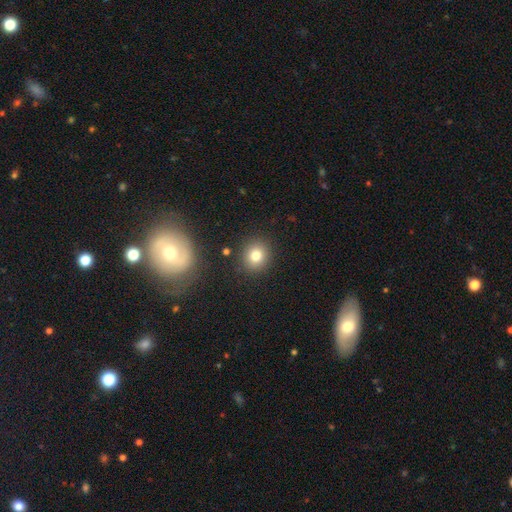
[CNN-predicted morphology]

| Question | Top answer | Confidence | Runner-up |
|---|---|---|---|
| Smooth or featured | smooth | 79% | star or artifact (12%) |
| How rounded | round | 81% | in between (18%) |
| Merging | none | 88% | minor disturbance (7%) |